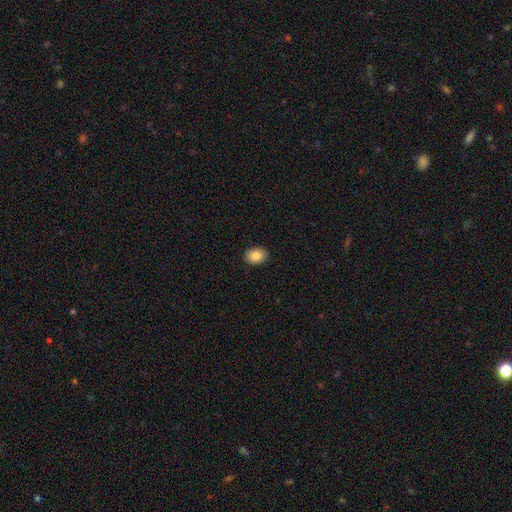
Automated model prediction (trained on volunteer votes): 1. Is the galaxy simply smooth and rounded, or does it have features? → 87% smooth, 8% star or artifact, 6% featured or disk.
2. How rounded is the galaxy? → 79% in between, 20% round, 1% cigar-shaped.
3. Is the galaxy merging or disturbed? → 90% none, 8% minor disturbance, 2% major disturbance, 1% merger.